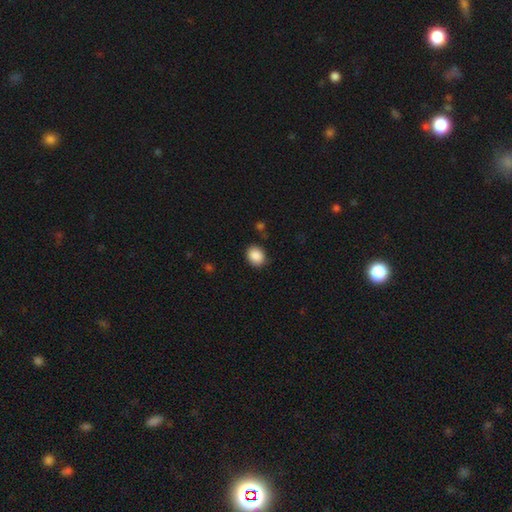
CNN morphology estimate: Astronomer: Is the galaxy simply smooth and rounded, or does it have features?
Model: smooth — 88%.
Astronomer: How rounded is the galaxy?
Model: round — 58% (runner-up: in between, 41%).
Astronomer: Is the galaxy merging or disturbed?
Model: none — 86%.